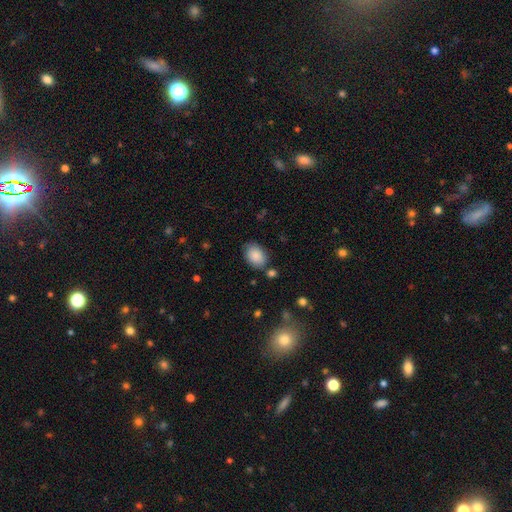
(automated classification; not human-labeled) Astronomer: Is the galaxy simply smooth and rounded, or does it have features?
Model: smooth — 87%.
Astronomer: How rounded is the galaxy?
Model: in between — 80%.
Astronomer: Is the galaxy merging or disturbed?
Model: none — 77%.